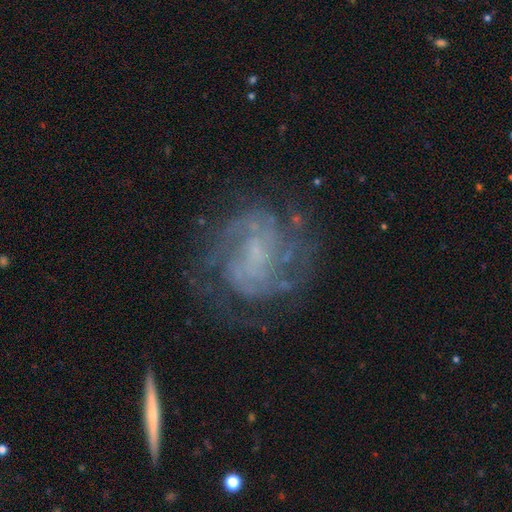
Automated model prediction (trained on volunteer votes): A featured or disk galaxy (82%) with no bar (53%), 2 (34%) tight (51%) spiral arms (92%) and no central bulge (44%). Merging: none (68%).